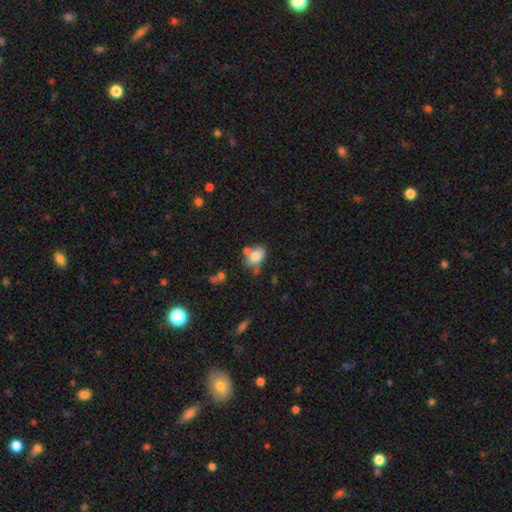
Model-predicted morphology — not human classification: Smooth or featured? Predicted: smooth (p=0.72). How rounded? Predicted: in between (p=0.71). Merging? Predicted: none (p=0.41).